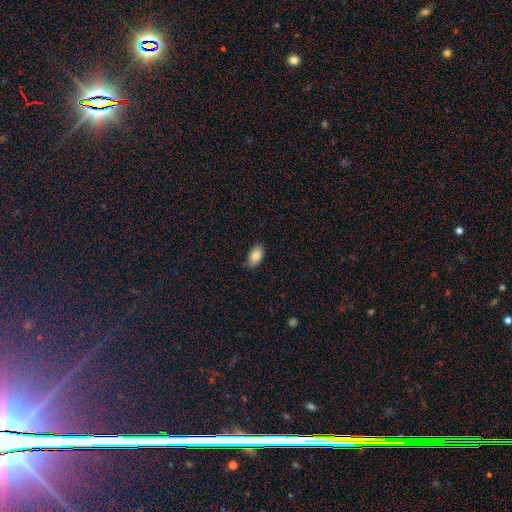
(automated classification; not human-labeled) This is clearly a smooth galaxy (85%). How rounded: clearly in between (93%). Merging: likely none (79%).